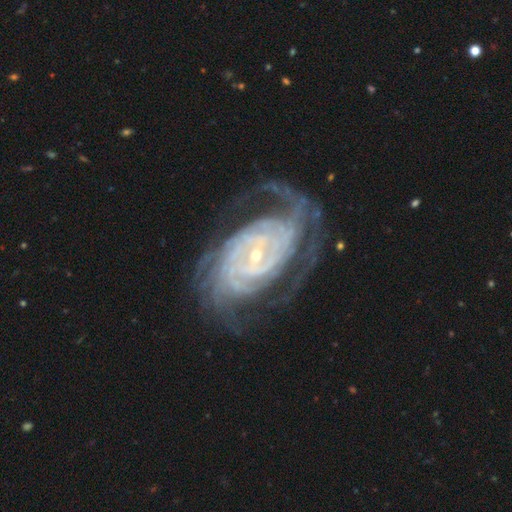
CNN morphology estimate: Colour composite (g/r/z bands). It shows a featured or disk galaxy (91%) with no bar (38%, tied with weak), tight (72%) spiral arms (98%) and a small central bulge (77%). Merging: none (66%).